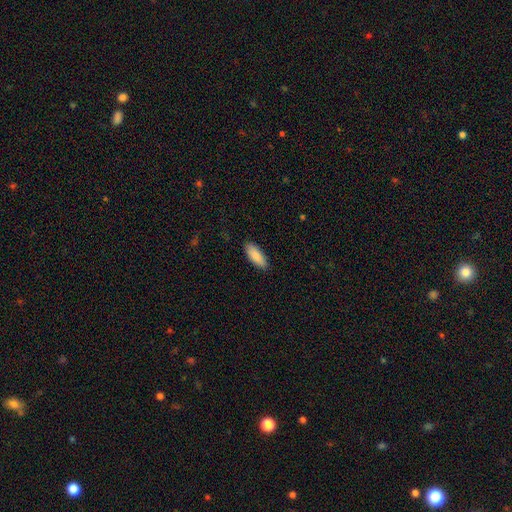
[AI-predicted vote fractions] smooth_or_featured: smooth (p=0.87) [alt: featured or disk p=0.07]
how_rounded: in between (p=0.79) [alt: cigar-shaped p=0.20]
merging: none (p=0.88) [alt: minor disturbance p=0.09]